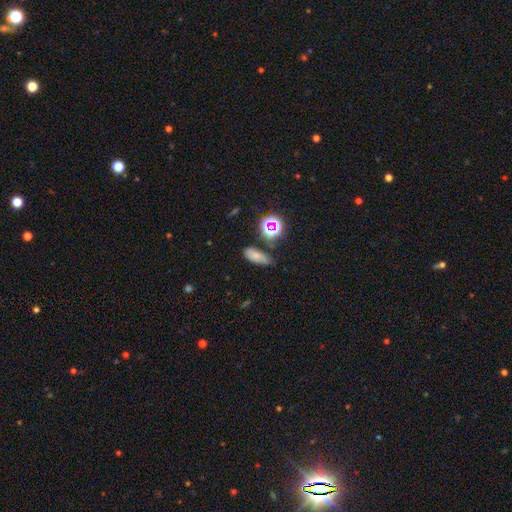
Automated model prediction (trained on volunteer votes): Smooth or featured: smooth — 68% (star or artifact — 19%)
How rounded: in between — 78% (cigar-shaped — 13%)
Merging: none — 60% (minor disturbance — 26%)